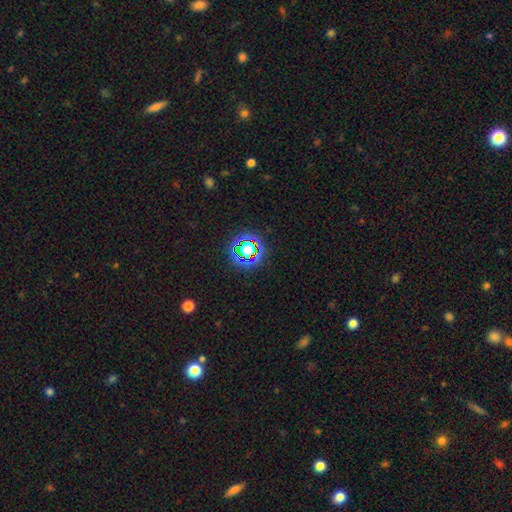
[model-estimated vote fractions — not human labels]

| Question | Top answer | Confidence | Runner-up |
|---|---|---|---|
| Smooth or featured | star or artifact | 76% | smooth (16%) |